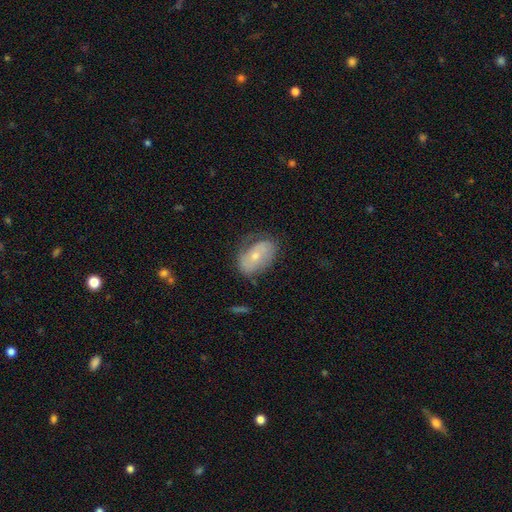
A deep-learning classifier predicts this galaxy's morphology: smooth_or_featured: smooth (p=0.48) [alt: featured or disk p=0.44]
merging: none (p=0.57) [alt: minor disturbance p=0.28]